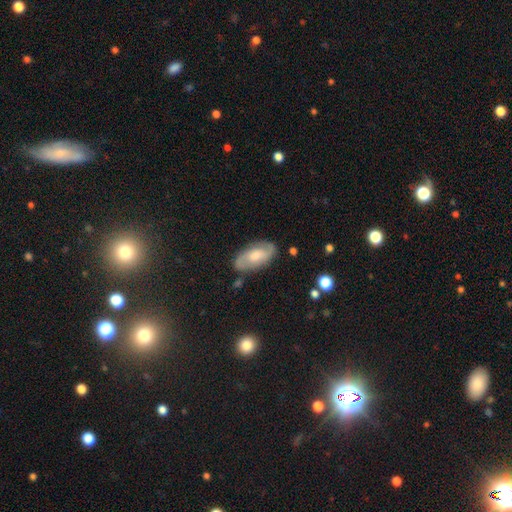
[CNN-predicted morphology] A featured or disk galaxy (51%).

Vote fractions:
- Smooth or featured? featured or disk: 51% / smooth: 42% / star or artifact: 6%
- Edge-on disk? no: 92% / yes: 8%
- Merging? none: 78% / minor disturbance: 16% / major disturbance: 4% / merger: 2%